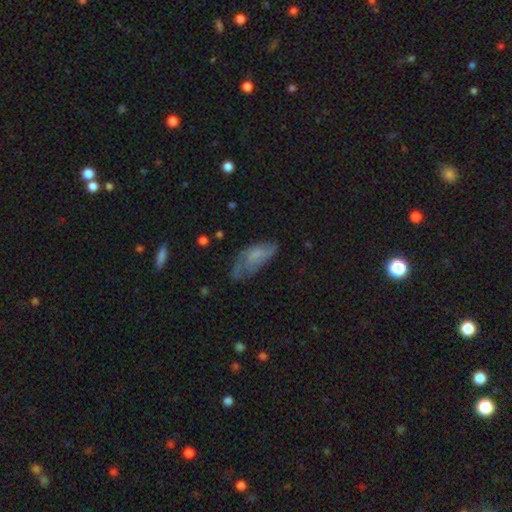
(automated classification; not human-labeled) This appears to be a smooth galaxy with no disk features (50%) that is in between round and cigar-shaped (84%). Merging: none (39%).